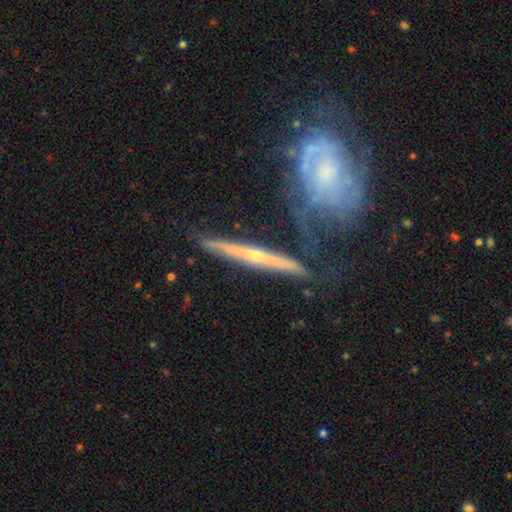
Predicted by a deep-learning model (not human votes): Morphology: type=featured or disk (76%); edge-on=yes (92%); edge-on bulge=rounded (63%); merging=none (75%).